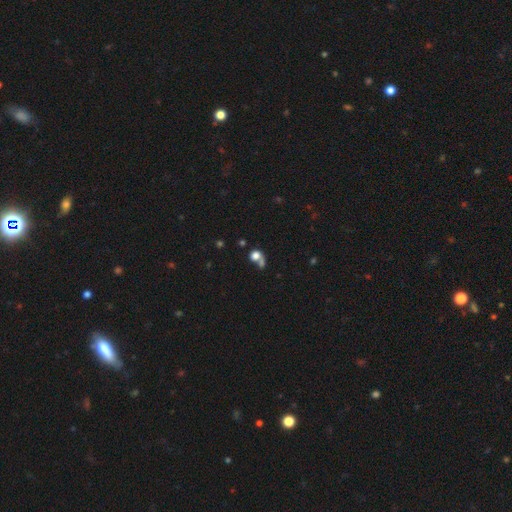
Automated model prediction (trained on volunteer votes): Morphology: type=smooth (71%); roundness=round (68%); merging=merger (43%).